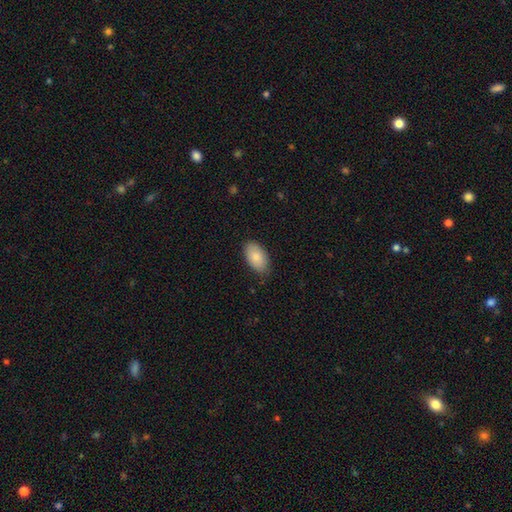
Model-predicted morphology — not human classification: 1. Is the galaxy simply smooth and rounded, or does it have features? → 83% smooth, 11% featured or disk, 7% star or artifact.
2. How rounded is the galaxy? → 95% in between, 4% round, 1% cigar-shaped.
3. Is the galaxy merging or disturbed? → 80% none, 16% minor disturbance, 3% major disturbance, 1% merger.